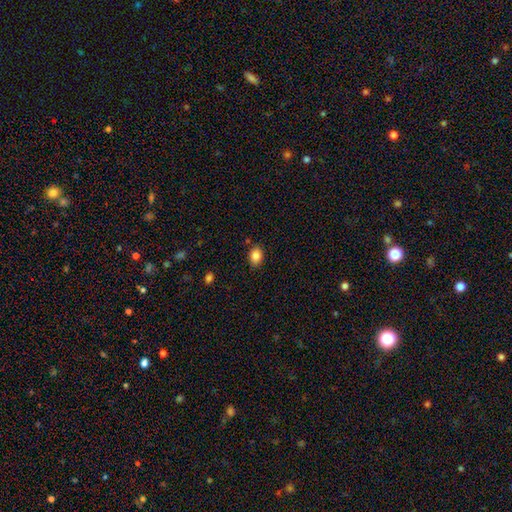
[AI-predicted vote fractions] The model was most divided on "how rounded": in between: 78%, round: 20%, cigar-shaped: 1%. More confident: smooth or featured — smooth (86%); merging — none (84%).